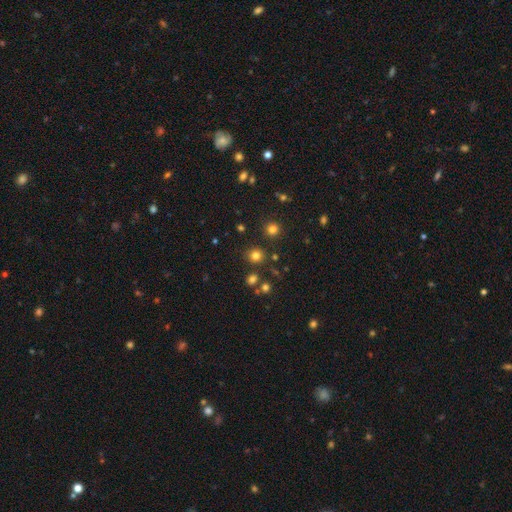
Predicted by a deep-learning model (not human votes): smooth_or_featured: smooth (p=0.77) [alt: star or artifact p=0.18]
how_rounded: round (p=0.88) [alt: in between p=0.11]
merging: none (p=0.85) [alt: minor disturbance p=0.07]